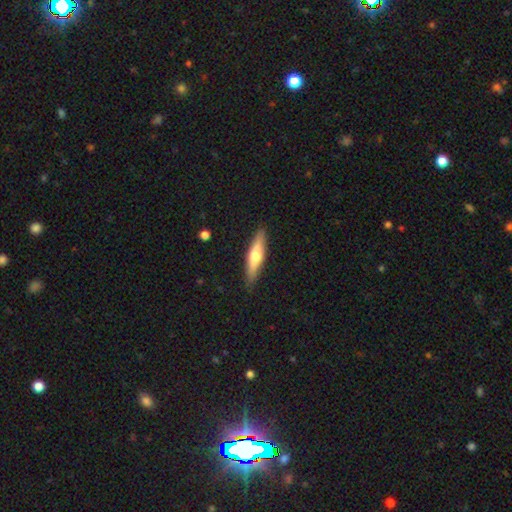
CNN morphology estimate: smooth 51%, featured or disk 44%, star or artifact 5%. Down the decision tree: how rounded — cigar-shaped (76%); merging — none (88%).